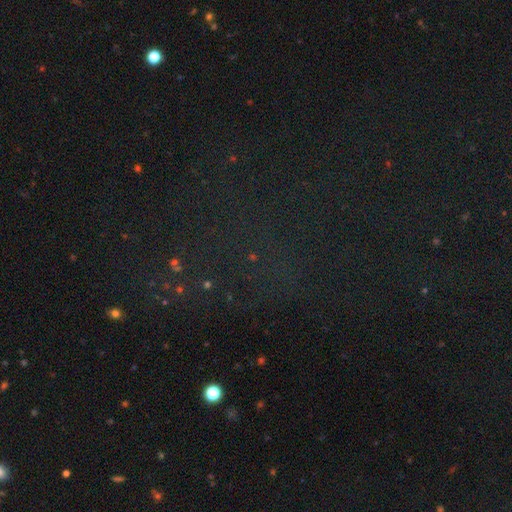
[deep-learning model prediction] Smooth or featured? star or artifact (74%)